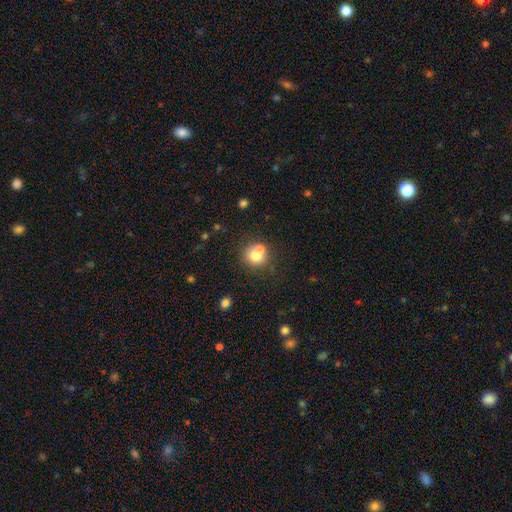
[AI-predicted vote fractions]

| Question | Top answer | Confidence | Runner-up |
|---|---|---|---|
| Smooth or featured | smooth | 71% | featured or disk (16%) |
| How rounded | round | 86% | in between (13%) |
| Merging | none | 49% | merger (39%) |